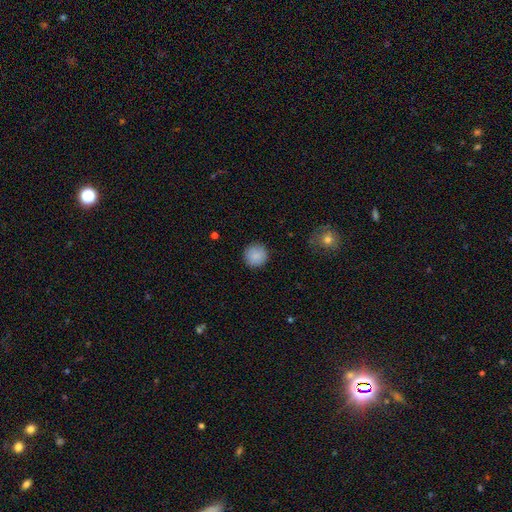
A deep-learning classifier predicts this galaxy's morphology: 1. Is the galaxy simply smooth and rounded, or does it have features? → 88% smooth, 8% star or artifact, 4% featured or disk.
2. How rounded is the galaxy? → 95% round, 4% in between, 1% cigar-shaped.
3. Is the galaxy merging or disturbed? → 90% none, 6% minor disturbance, 2% major disturbance, 1% merger.